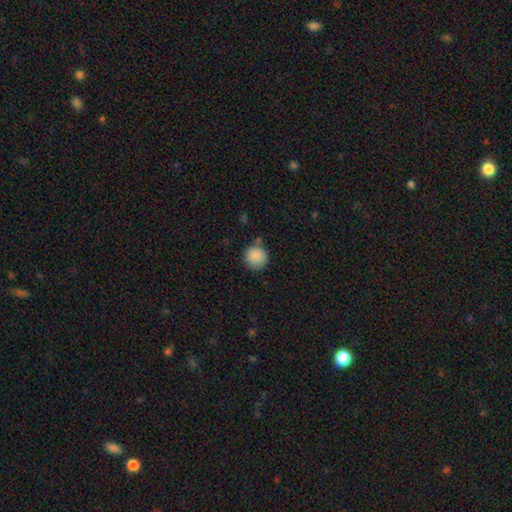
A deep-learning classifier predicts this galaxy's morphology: smooth_or_featured: smooth (p=0.87) [alt: star or artifact p=0.08]
how_rounded: round (p=0.94) [alt: in between p=0.06]
merging: none (p=0.77) [alt: minor disturbance p=0.14]